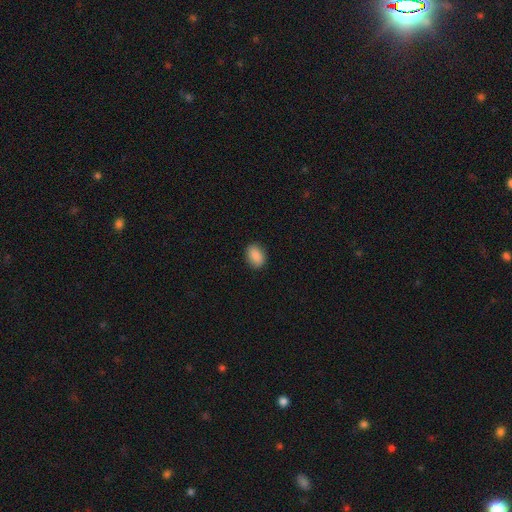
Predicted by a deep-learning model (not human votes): The model was most divided on "how rounded": in between: 83%, round: 16%, cigar-shaped: 1%. More confident: smooth or featured — smooth (89%); merging — none (88%).